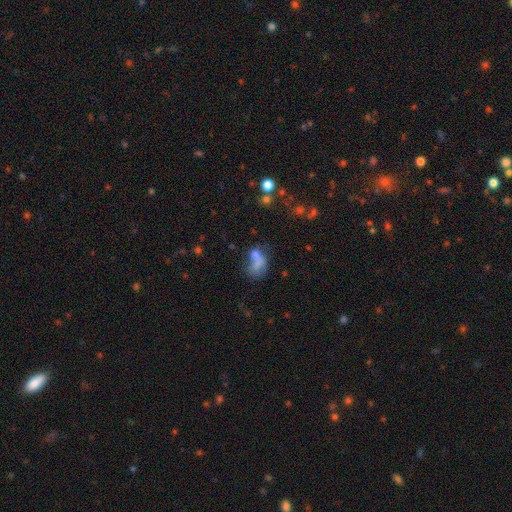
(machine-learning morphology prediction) Smooth or featured: smooth — 58% (featured or disk — 25%)
How rounded: in between — 81% (round — 15%)
Merging: merger — 31% (none — 26%)